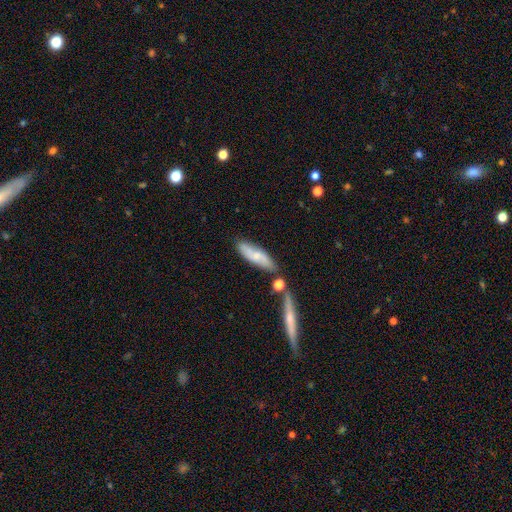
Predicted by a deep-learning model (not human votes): A smooth galaxy with no disk features (59%) that is cigar-shaped (56%).

Vote fractions:
- Smooth or featured? smooth: 59% / featured or disk: 34% / star or artifact: 6%
- How rounded? cigar-shaped: 56% / in between: 41% / round: 2%
- Merging? none: 64% / minor disturbance: 18% / merger: 14% / major disturbance: 4%